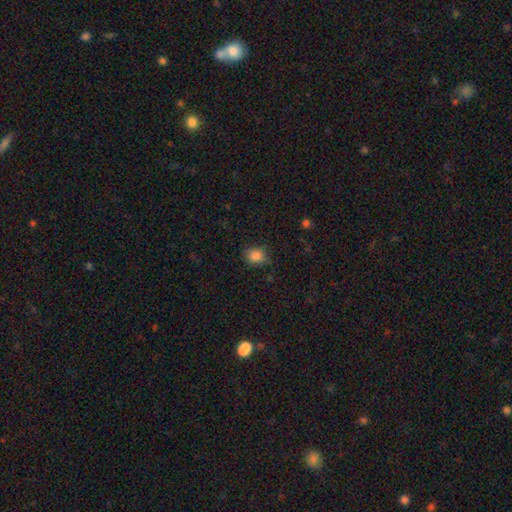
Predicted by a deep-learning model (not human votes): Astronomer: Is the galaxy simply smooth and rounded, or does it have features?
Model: smooth — 85%.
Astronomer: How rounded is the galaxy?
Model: round — 61% (runner-up: in between, 38%).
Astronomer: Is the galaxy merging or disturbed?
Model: none — 73%.